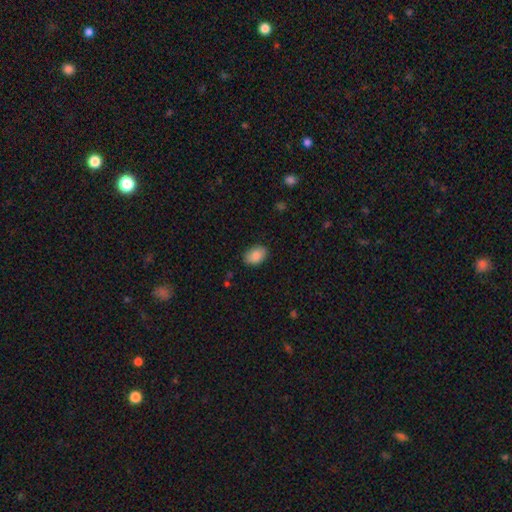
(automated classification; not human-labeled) smooth_or_featured: smooth (p=0.88) [alt: star or artifact p=0.07]
how_rounded: in between (p=0.83) [alt: round p=0.16]
merging: none (p=0.85) [alt: minor disturbance p=0.11]